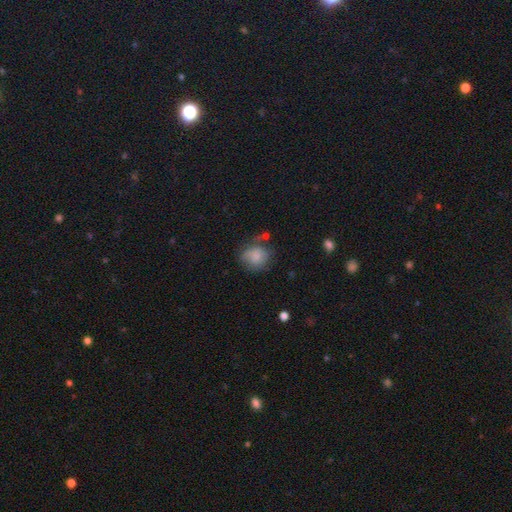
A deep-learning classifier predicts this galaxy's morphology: A smooth galaxy with no disk features (77%) that is round (75%). Merging: none (53%).